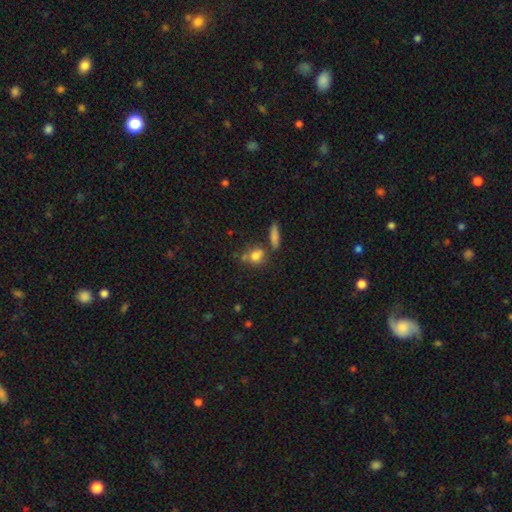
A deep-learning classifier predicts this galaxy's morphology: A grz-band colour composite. It shows a smooth galaxy with no disk features (76%) that is round (50%). Merging: none (53%).